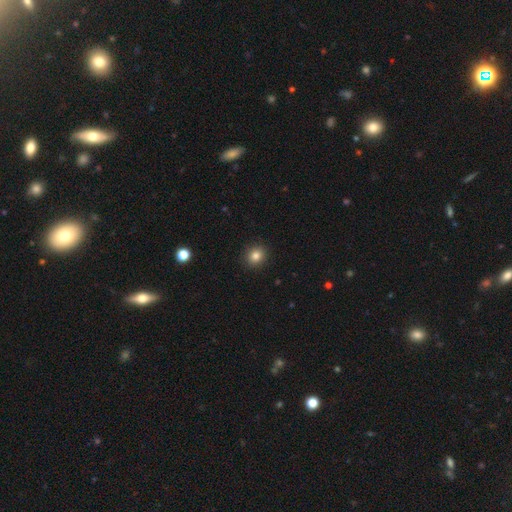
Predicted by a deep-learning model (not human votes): This is clearly a smooth galaxy (83%). How rounded: likely round (78%). Merging: clearly none (91%).